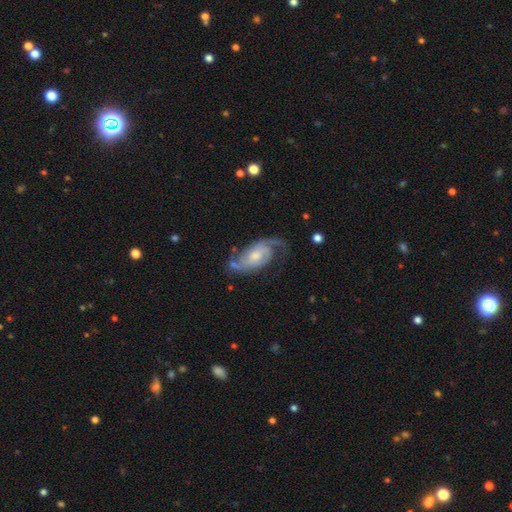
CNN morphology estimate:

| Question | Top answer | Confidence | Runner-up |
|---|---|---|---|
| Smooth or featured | featured or disk | 88% | smooth (7%) |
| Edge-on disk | no | 96% | yes (4%) |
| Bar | no | 54% | weak (38%) |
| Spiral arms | yes | 97% | no (3%) |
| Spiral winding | medium | 50% | tight (27%) |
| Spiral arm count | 2 | 84% | can't tell (6%) |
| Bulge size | moderate | 50% | small (35%) |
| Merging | none | 68% | minor disturbance (19%) |